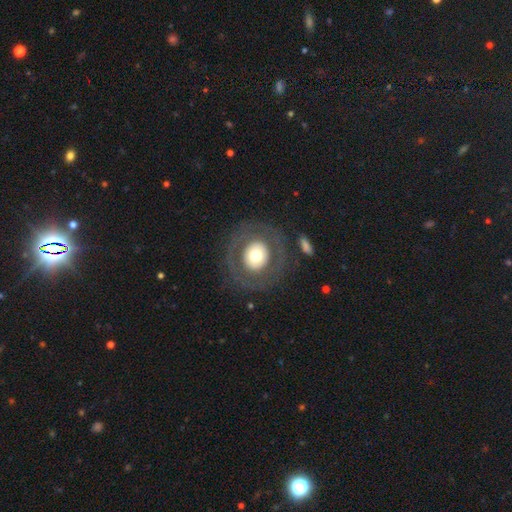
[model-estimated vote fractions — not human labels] Smooth or featured?
  - smooth: 49% *
  - featured or disk: 43%
  - star or artifact: 7%
Merging?
  - none: 82% *
  - minor disturbance: 9%
  - major disturbance: 8%
  - merger: 2%